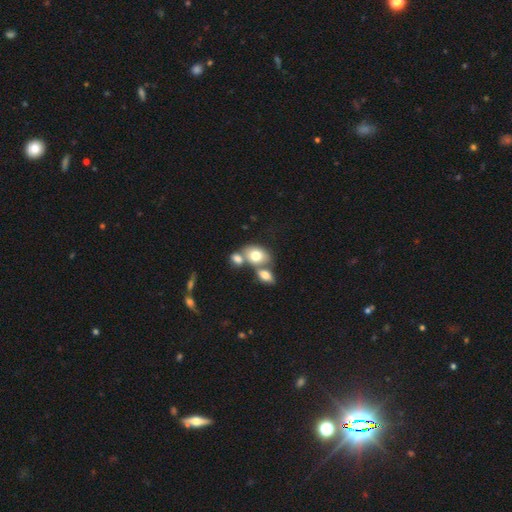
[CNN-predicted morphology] This appears to be a smooth galaxy with no disk features (74%) that is in between round and cigar-shaped (69%). Merging: merger (48%).